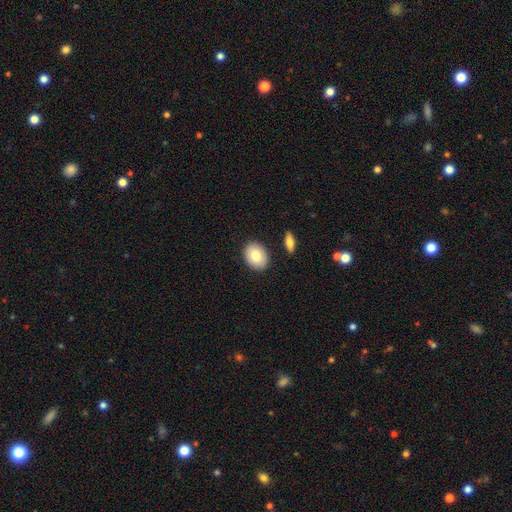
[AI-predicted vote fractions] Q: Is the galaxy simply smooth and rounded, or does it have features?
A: smooth — 80%.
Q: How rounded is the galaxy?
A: in between — 69%.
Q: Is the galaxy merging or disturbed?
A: none — 86%.